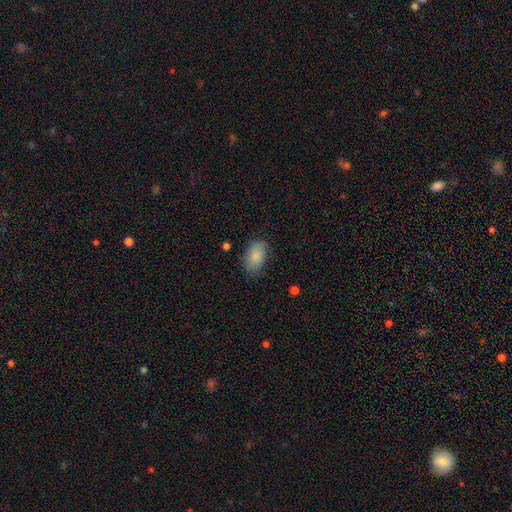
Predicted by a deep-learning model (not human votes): A smooth galaxy with no disk features (85%) that is in between round and cigar-shaped (91%). Merging: none (72%).